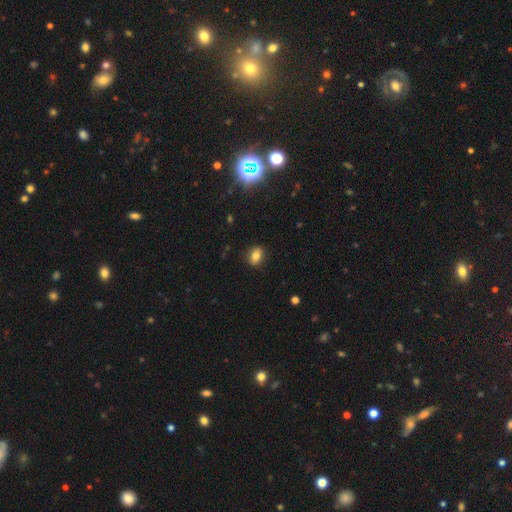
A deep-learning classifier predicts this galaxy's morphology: Smooth or featured: smooth — 81% (star or artifact — 11%)
How rounded: in between — 63% (round — 35%)
Merging: none — 88% (minor disturbance — 9%)